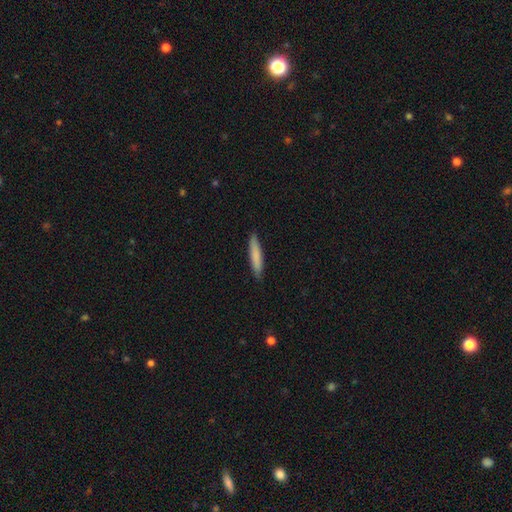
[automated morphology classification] smooth-or-featured: smooth: 80% | featured or disk: 15% | star or artifact: 5%
  how-rounded: cigar-shaped: 91% | in between: 8% | round: 1%
  merging: none: 89% | minor disturbance: 9% | major disturbance: 2% | merger: 1%